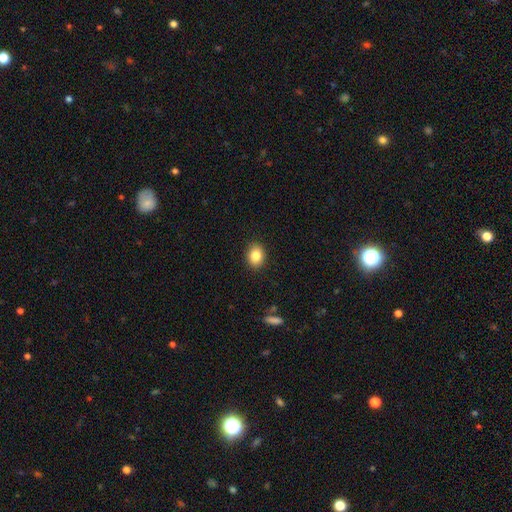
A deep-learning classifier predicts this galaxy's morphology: Smooth or featured? Predicted: smooth (p=0.84). How rounded? Predicted: in between (p=0.55). Merging? Predicted: none (p=0.89).